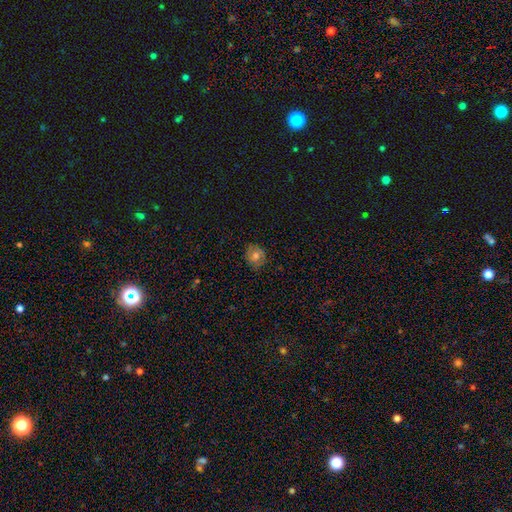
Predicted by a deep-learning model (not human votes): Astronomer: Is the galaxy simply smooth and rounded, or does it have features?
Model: smooth — 65%.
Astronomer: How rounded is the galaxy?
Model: round — 76%.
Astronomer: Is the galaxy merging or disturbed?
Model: none — 82%.